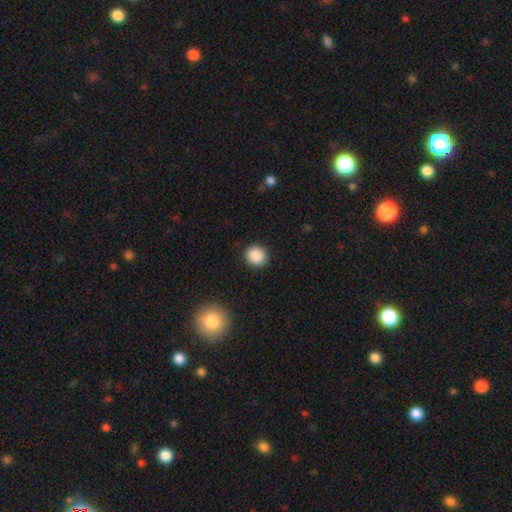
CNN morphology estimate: Overall: smooth (88%). How rounded: round (84%). Merging: none (90%).